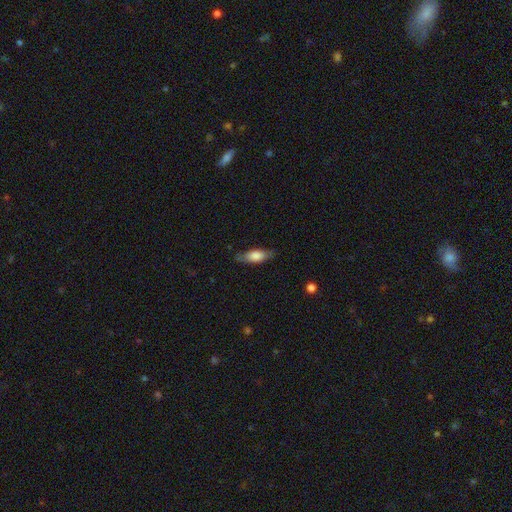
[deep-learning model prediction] Smooth or featured?
  - smooth: 67% *
  - featured or disk: 26%
  - star or artifact: 6%
How rounded?
  - in between: 66% *
  - cigar-shaped: 31%
  - round: 3%
Merging?
  - none: 77% *
  - minor disturbance: 18%
  - major disturbance: 4%
  - merger: 1%